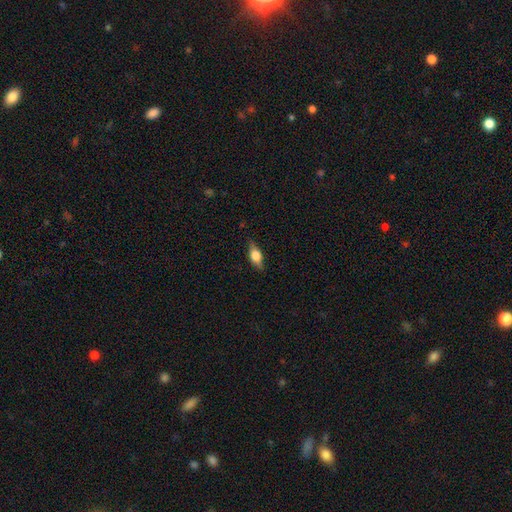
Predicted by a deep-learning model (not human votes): This is possibly a smooth galaxy (57%). How rounded: likely in between (74%). Merging: likely none (79%).